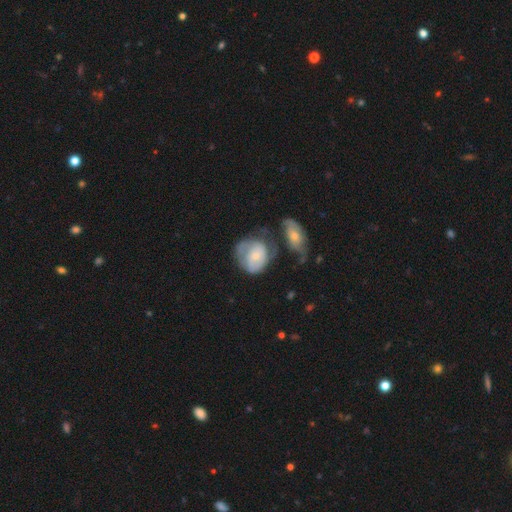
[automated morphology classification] Smooth or featured? Predicted: featured or disk (p=0.52). Edge-on disk? Predicted: no (p=0.97). Merging? Predicted: merger (p=0.27, tied with none).